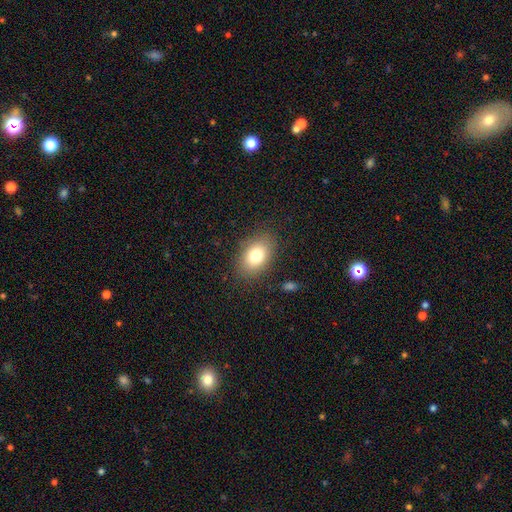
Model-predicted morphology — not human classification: smooth-or-featured: smooth: 78% | featured or disk: 12% | star or artifact: 10%
  how-rounded: in between: 81% | round: 18% | cigar-shaped: 1%
  merging: none: 83% | minor disturbance: 11% | major disturbance: 4% | merger: 1%